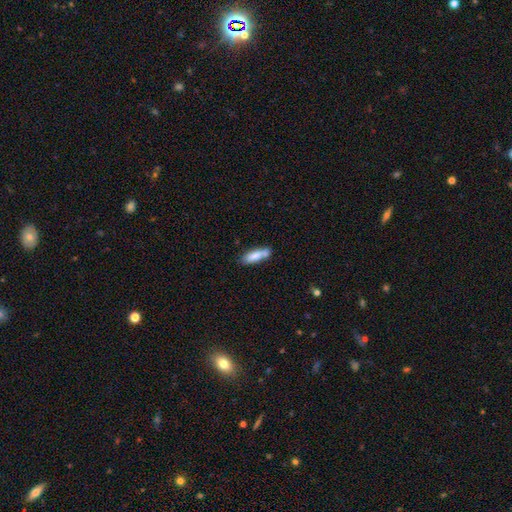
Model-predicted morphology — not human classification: type=smooth (79%); roundness=cigar-shaped (51%); merging=none (55%).